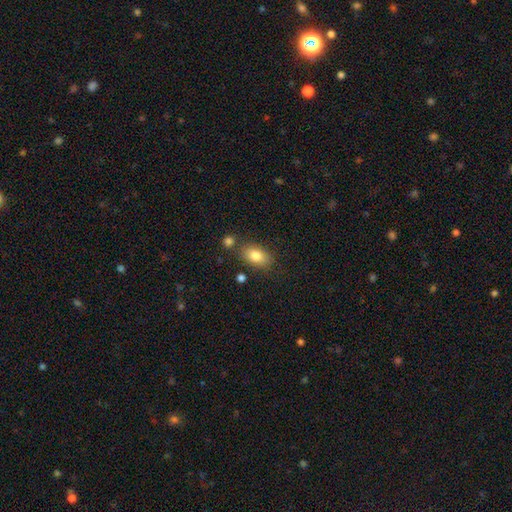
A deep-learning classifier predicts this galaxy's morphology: smooth_or_featured: smooth (p=0.83) [alt: featured or disk p=0.09]
how_rounded: in between (p=0.87) [alt: round p=0.11]
merging: none (p=0.75) [alt: minor disturbance p=0.13]